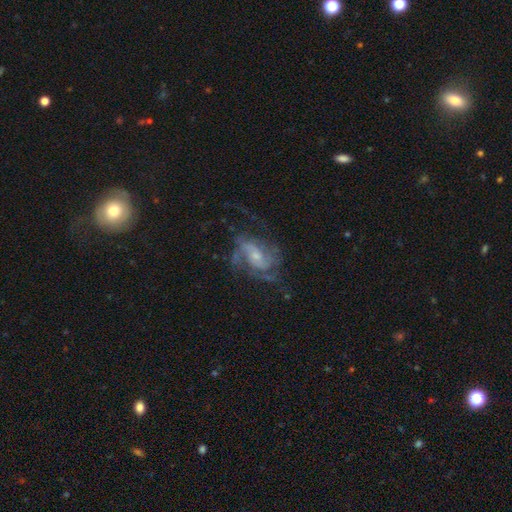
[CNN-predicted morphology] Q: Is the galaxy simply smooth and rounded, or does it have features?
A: featured or disk — 83%.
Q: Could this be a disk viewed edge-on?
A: no — 97%.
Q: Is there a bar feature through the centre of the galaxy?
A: no — 49%.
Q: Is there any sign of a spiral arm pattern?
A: yes — 91%.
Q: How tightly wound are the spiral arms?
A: medium — 49%.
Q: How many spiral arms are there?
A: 2 — 42%.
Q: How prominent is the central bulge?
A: small — 56%.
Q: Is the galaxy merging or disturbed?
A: none — 56%.